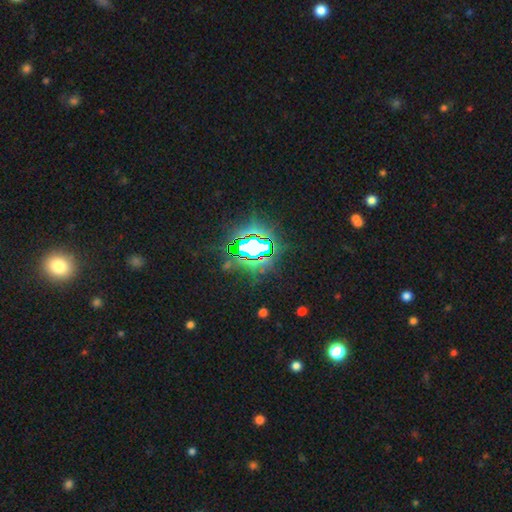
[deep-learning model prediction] star or artifact 84%, smooth 10%, featured or disk 7%.